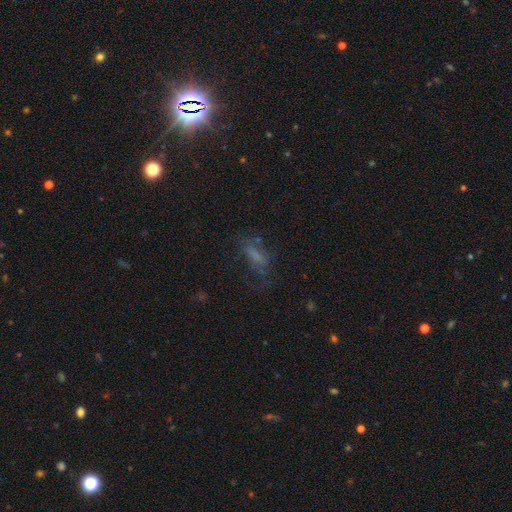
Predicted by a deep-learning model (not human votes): Smooth or featured? Predicted: smooth (p=0.50). How rounded? Predicted: in between (p=0.63). Merging? Predicted: none (p=0.46).